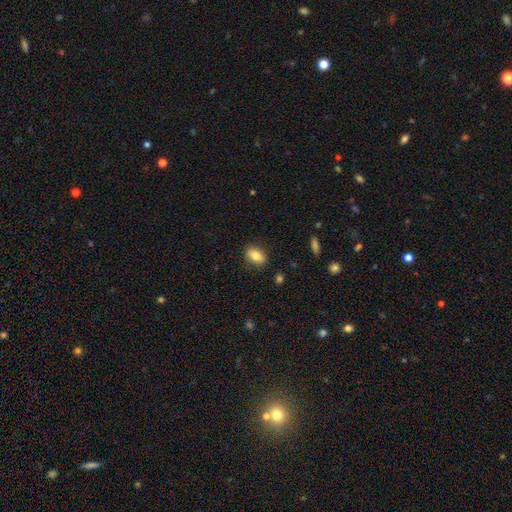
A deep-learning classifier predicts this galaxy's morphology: Q: Smooth or featured?
A: smooth (81%); runner-up: featured or disk (11%)
Q: How rounded?
A: in between (85%); runner-up: round (12%)
Q: Merging?
A: none (86%); runner-up: minor disturbance (11%)